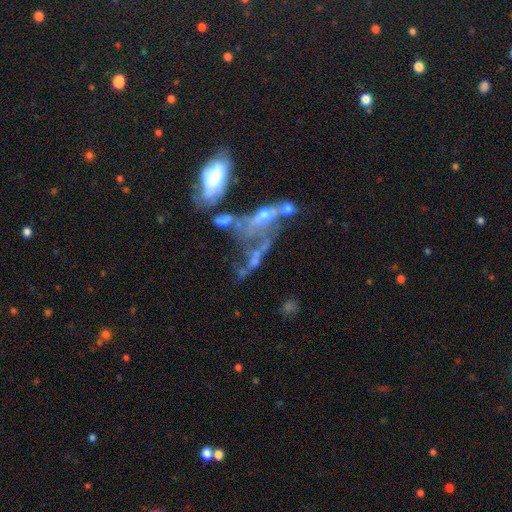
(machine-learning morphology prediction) Smooth or featured? featured or disk (55%)
Edge-on disk? no (88%)
Merging? merger (41%)